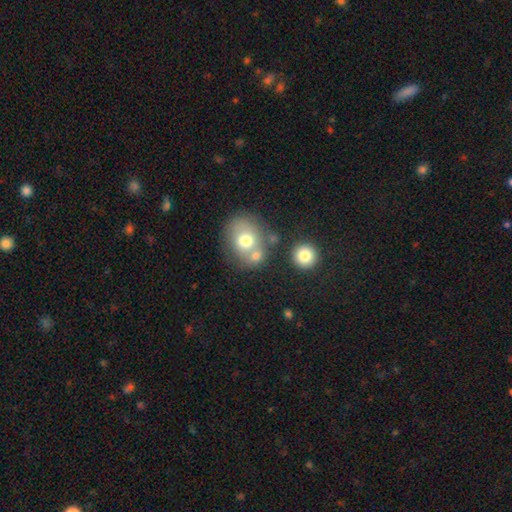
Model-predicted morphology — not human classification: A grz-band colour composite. It shows a smooth galaxy with no disk features (68%) that is round (63%). Merging: none (51%).